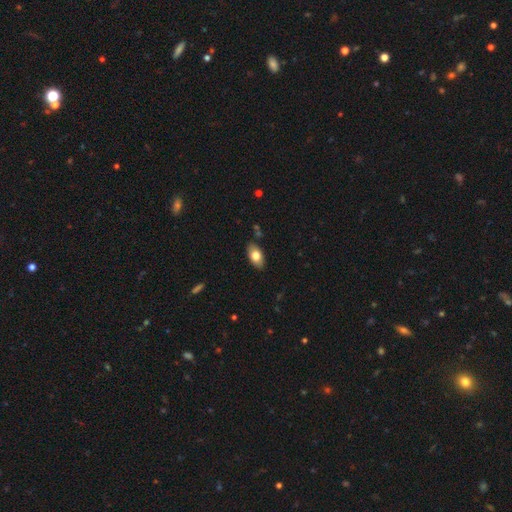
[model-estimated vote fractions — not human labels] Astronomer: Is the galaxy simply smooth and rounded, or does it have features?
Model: smooth — 76%.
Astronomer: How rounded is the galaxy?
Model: in between — 92%.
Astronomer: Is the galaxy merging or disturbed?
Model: none — 85%.